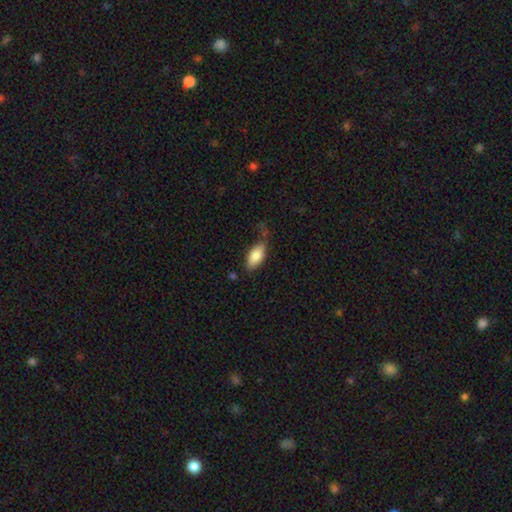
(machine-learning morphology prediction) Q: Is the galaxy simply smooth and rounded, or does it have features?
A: smooth — 84%.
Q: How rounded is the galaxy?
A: in between — 90%.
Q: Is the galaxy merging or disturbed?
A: none — 61%.